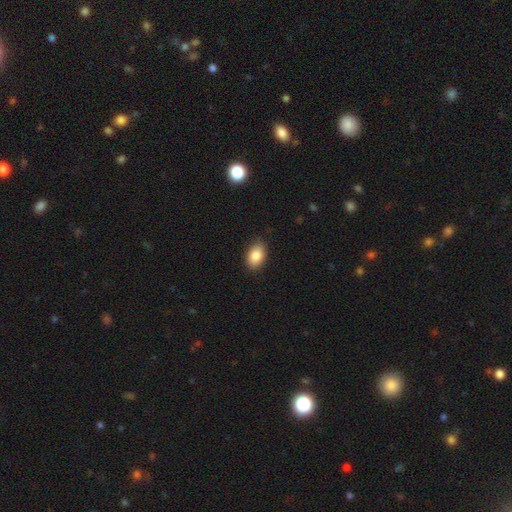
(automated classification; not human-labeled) This is clearly a smooth galaxy (86%). How rounded: clearly in between (87%). Merging: clearly none (86%).